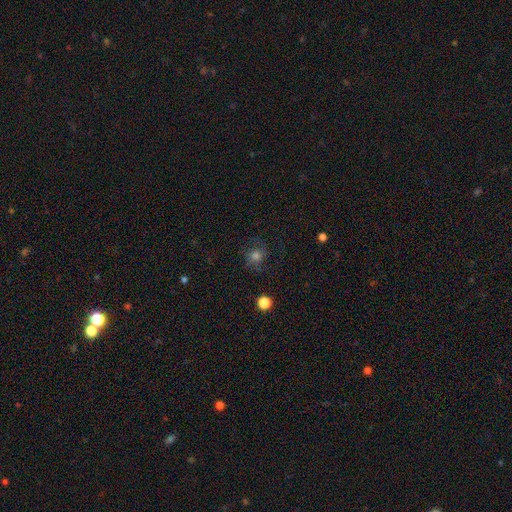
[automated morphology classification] smooth 57%, featured or disk 25%, star or artifact 18%. Down the decision tree: how rounded — round (84%); merging — none (72%).